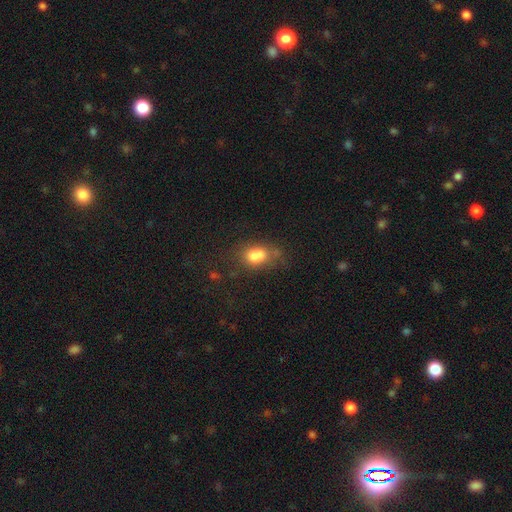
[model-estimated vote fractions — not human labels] Smooth or featured? smooth (74%)
How rounded? in between (65%)
Merging? none (36%)